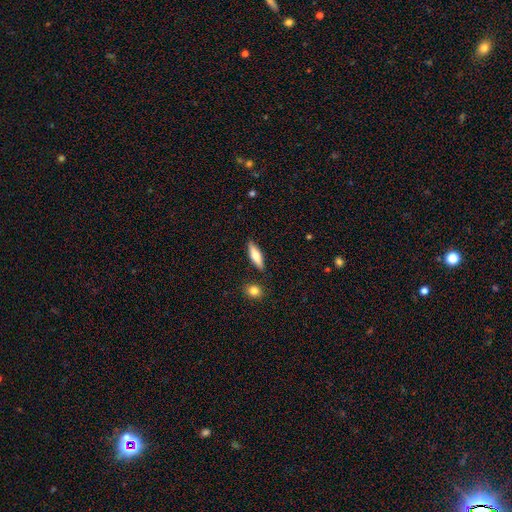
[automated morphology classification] This appears to be a smooth galaxy with no disk features (67%) that is cigar-shaped (57%). Merging: none (85%).